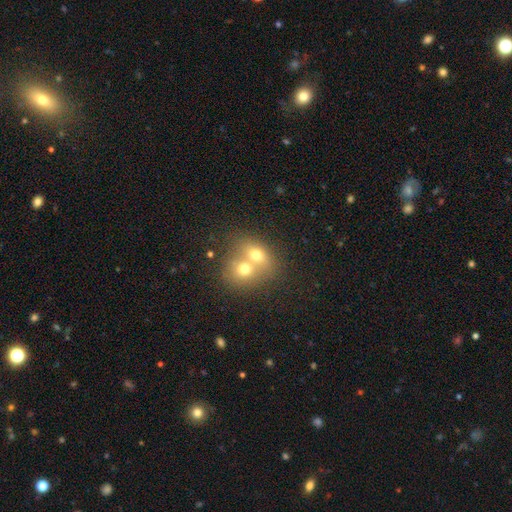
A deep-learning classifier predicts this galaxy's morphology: smooth_or_featured: smooth (p=0.60) [alt: featured or disk p=0.26]
how_rounded: round (p=0.63) [alt: in between p=0.36]
merging: merger (p=0.72) [alt: none p=0.21]